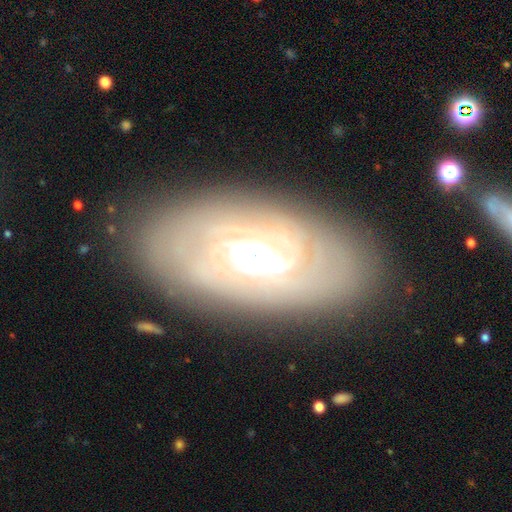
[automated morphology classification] Overall: featured or disk (80%). Edge-on disk: no (92%). Bar: weak (39%; no 33%). Spiral arms: yes (83%). Spiral arm count: can't tell (47%; 2 20%). Spiral winding: tight (75%). Bulge size: moderate (55%; large 32%). Merging: none (80%).